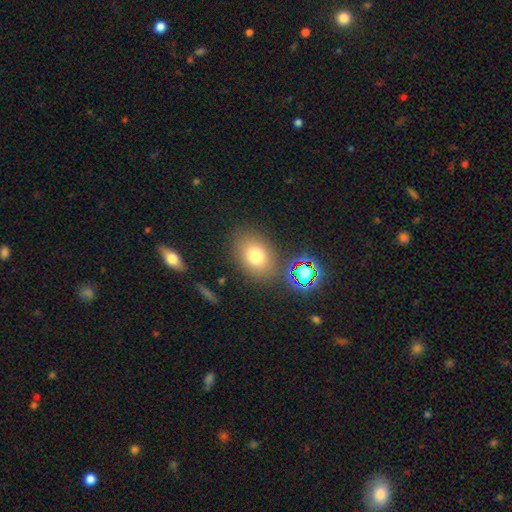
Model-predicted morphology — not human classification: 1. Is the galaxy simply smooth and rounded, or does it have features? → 74% smooth, 15% star or artifact, 11% featured or disk.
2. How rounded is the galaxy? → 66% in between, 33% round, 1% cigar-shaped.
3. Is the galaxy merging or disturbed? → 78% none, 11% minor disturbance, 6% merger, 5% major disturbance.